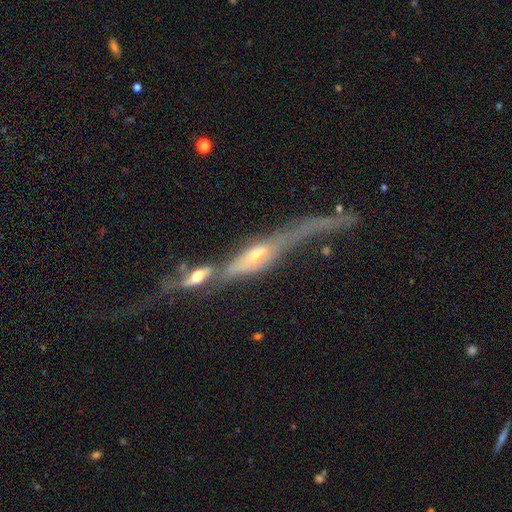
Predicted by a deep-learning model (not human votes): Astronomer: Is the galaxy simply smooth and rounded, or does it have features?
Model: featured or disk — 68%.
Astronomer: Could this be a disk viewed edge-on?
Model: yes — 73%.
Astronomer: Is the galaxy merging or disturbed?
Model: merger — 50%.